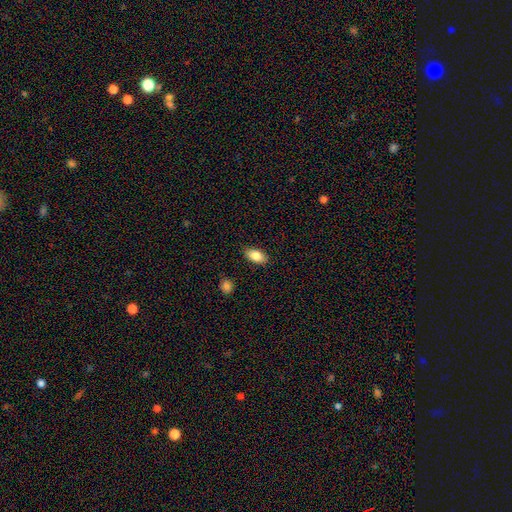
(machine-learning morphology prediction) Overall: smooth (84%). How rounded: in between (93%). Merging: none (87%).